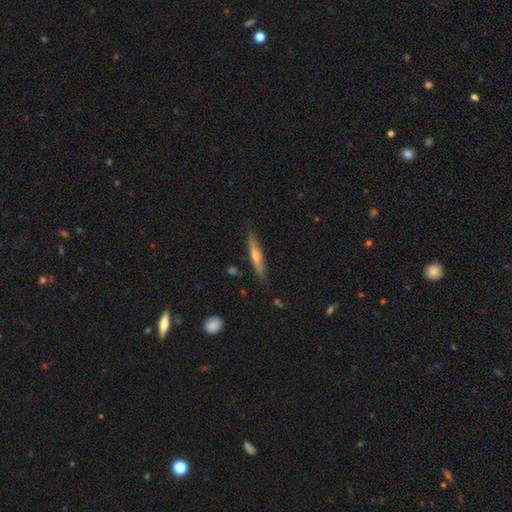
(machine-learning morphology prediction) featured or disk 51%, smooth 43%, star or artifact 6%. Down the decision tree: edge-on disk — yes (93%); merging — none (86%).